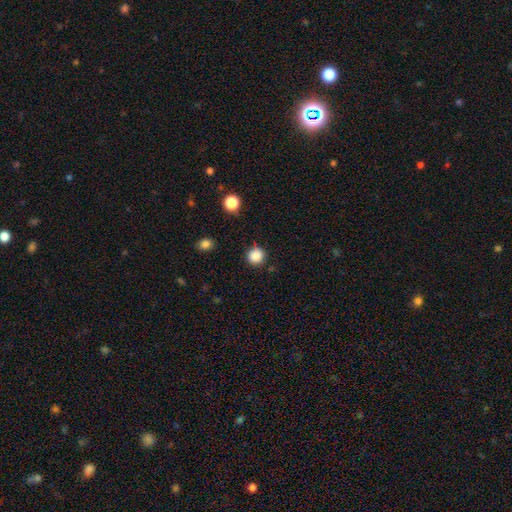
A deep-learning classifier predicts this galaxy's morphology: Smooth or featured? Predicted: smooth (p=0.86). How rounded? Predicted: round (p=0.92). Merging? Predicted: none (p=0.84).